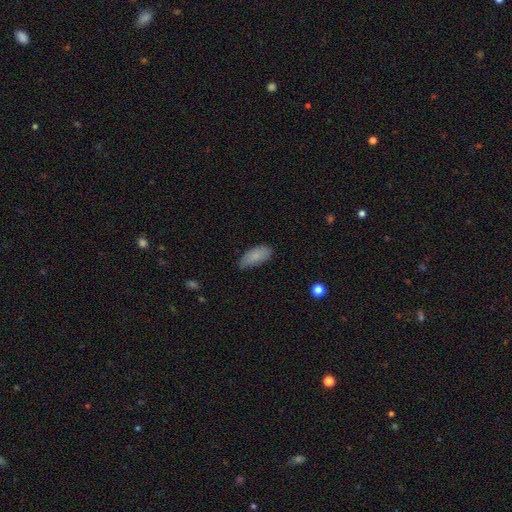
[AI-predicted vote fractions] This appears to be a smooth galaxy with no disk features (85%) that is in between round and cigar-shaped (87%). Merging: none (69%).